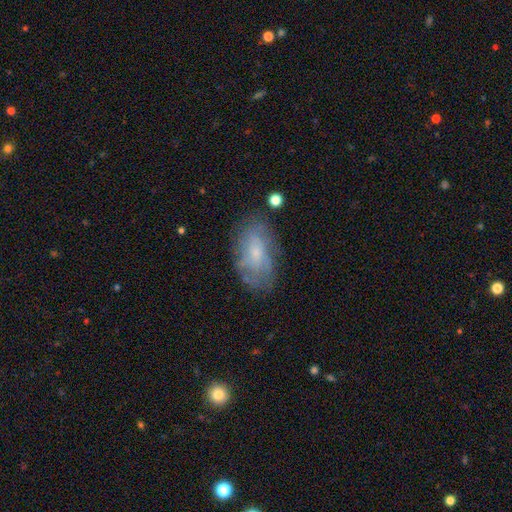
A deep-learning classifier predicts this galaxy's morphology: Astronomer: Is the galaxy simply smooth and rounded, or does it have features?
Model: featured or disk — 45% (runner-up: smooth, 42%).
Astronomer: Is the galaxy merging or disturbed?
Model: none — 73%.